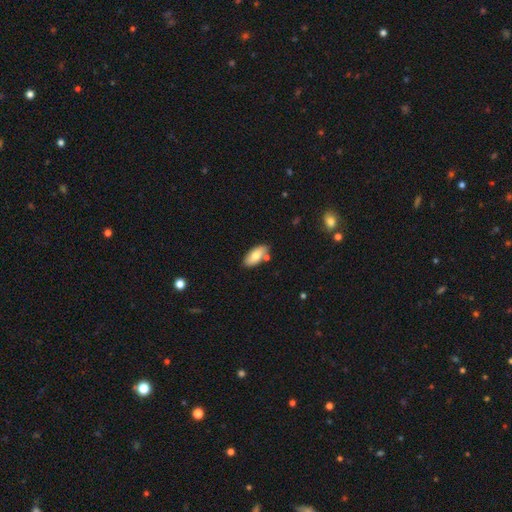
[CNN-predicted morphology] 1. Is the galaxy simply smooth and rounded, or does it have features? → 73% smooth, 21% featured or disk, 7% star or artifact.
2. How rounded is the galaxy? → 89% in between, 8% cigar-shaped, 2% round.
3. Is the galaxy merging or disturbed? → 77% none, 13% minor disturbance, 8% merger, 2% major disturbance.